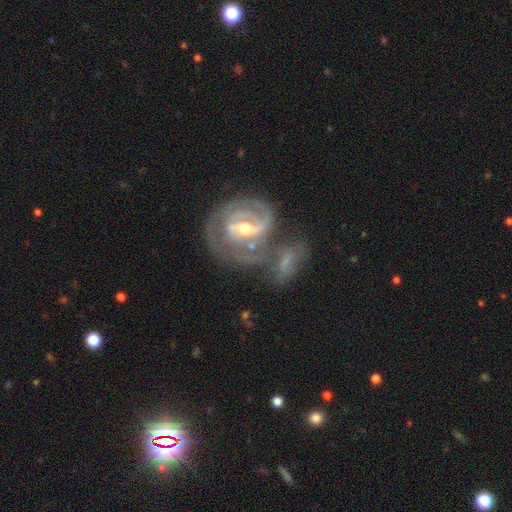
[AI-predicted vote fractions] featured or disk 79%, smooth 11%, star or artifact 10%. Down the decision tree: edge-on disk — no (94%); bar — weak (45%); spiral arms — yes (89%); spiral arm count — 2 (48%); spiral winding — tight (62%); bulge size — moderate (53%); merging — none (46%).